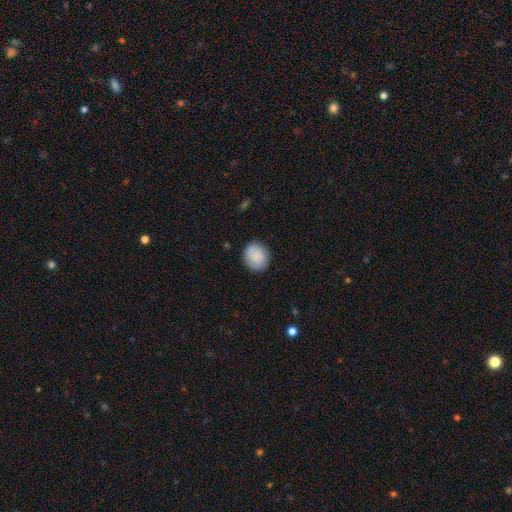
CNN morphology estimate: A smooth galaxy with no disk features (85%) that is round (68%). Merging: none (86%).